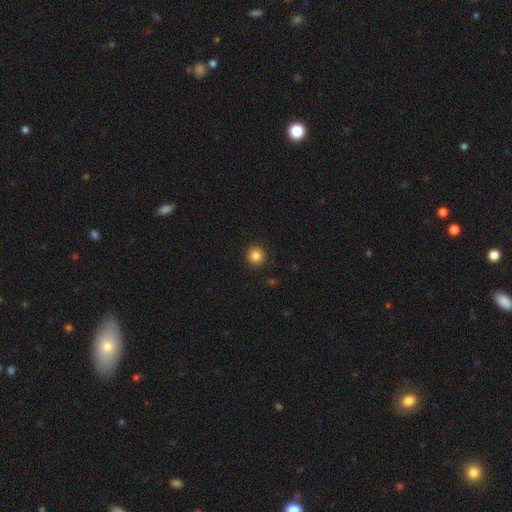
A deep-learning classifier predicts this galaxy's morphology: smooth_or_featured: smooth (p=0.85) [alt: star or artifact p=0.11]
how_rounded: round (p=0.93) [alt: in between p=0.06]
merging: none (p=0.92) [alt: minor disturbance p=0.05]